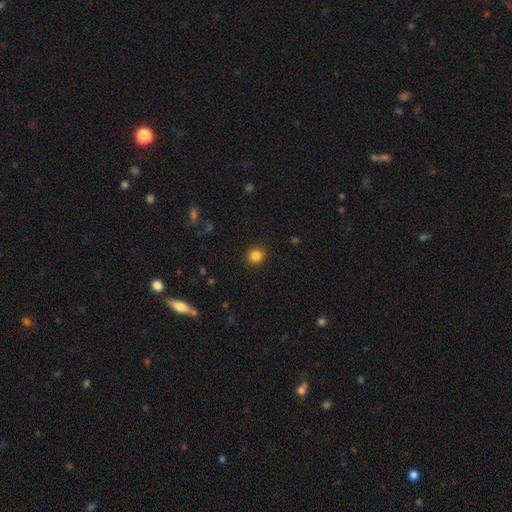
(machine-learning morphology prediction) Smooth or featured: smooth — 85% (star or artifact — 11%)
How rounded: round — 88% (in between — 11%)
Merging: none — 91% (minor disturbance — 6%)